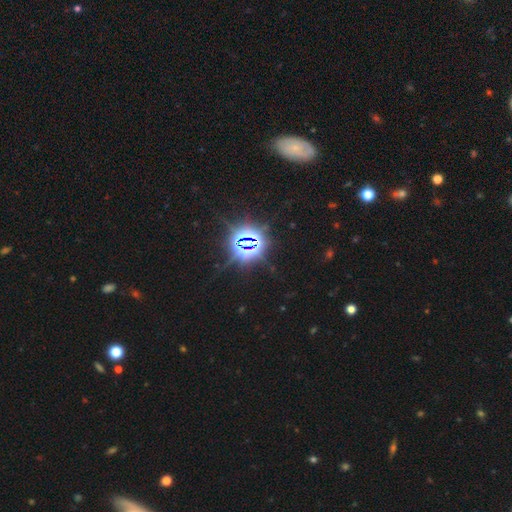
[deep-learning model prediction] Overall: star or artifact (80%).